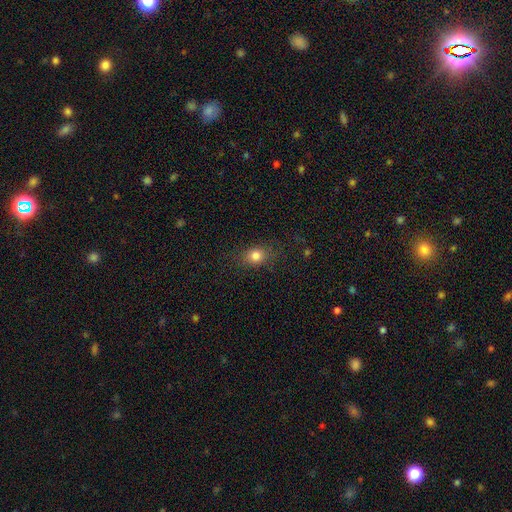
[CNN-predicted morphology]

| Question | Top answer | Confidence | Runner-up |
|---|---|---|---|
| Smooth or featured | smooth | 80% | star or artifact (12%) |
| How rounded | round | 51% | in between (47%) |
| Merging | none | 80% | minor disturbance (13%) |